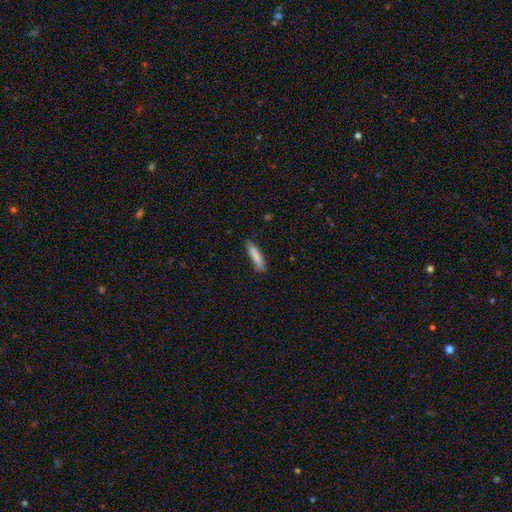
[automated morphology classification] Q: Smooth or featured?
A: smooth (84%); runner-up: featured or disk (10%)
Q: How rounded?
A: cigar-shaped (83%); runner-up: in between (16%)
Q: Merging?
A: none (83%); runner-up: minor disturbance (14%)